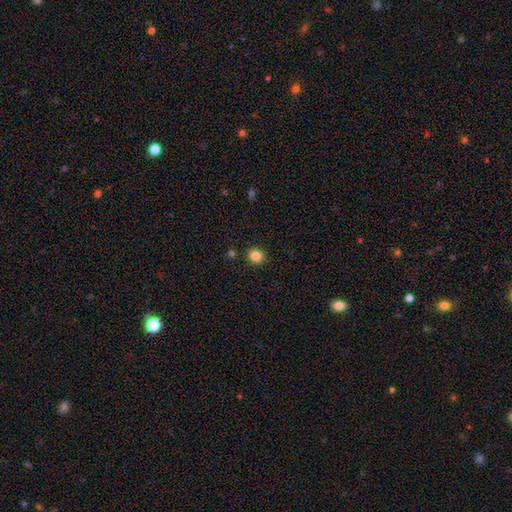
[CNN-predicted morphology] Smooth or featured: smooth — 84% (star or artifact — 12%)
How rounded: round — 88% (in between — 12%)
Merging: none — 90% (minor disturbance — 6%)